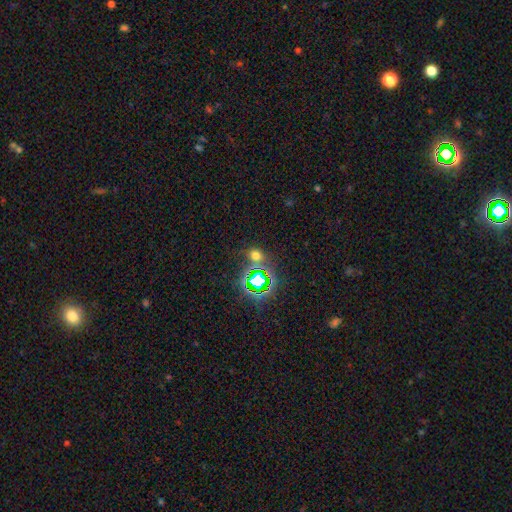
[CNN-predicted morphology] Q: Smooth or featured?
A: smooth (49%); runner-up: star or artifact (43%)
Q: Merging?
A: none (75%); runner-up: merger (11%)